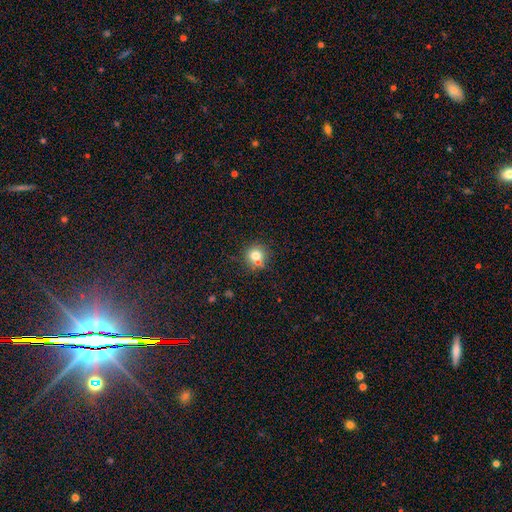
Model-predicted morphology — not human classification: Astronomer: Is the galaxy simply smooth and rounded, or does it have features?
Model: smooth — 75%.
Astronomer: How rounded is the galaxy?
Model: round — 90%.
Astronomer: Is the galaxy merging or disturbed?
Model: none — 62%.